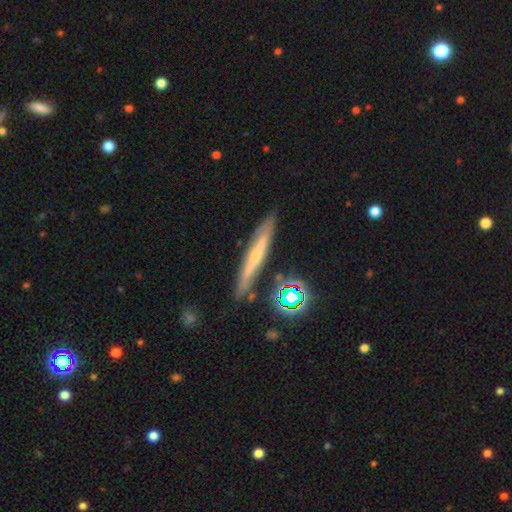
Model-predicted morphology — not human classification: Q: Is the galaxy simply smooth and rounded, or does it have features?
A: featured or disk — 54%.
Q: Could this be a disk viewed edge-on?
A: yes — 84%.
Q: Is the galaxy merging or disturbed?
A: none — 82%.